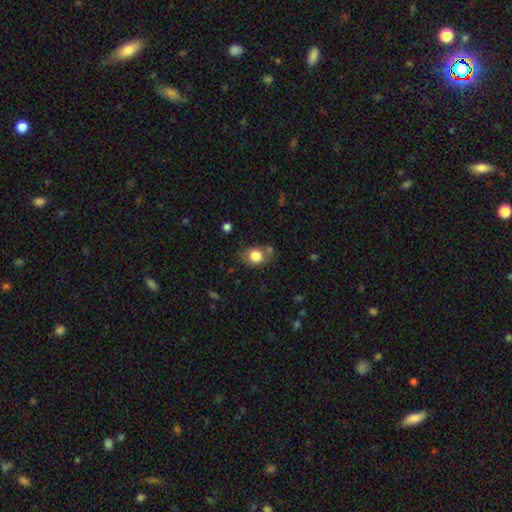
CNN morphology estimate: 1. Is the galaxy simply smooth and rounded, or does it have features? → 81% smooth, 10% featured or disk, 9% star or artifact.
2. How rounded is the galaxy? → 56% round, 43% in between, 1% cigar-shaped.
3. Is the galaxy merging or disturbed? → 64% none, 20% minor disturbance, 9% merger, 6% major disturbance.